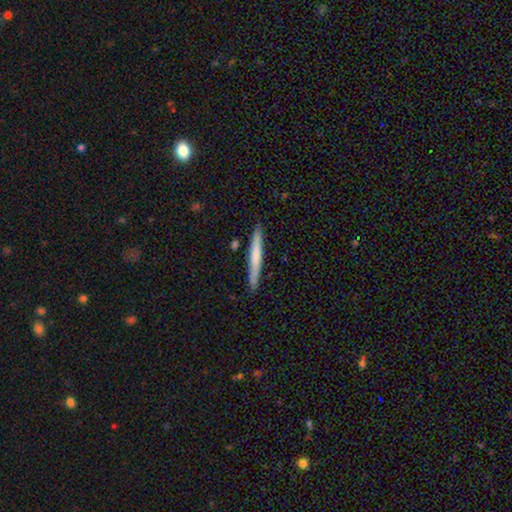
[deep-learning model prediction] A smooth galaxy with no disk features (63%) that is cigar-shaped (97%).

Vote fractions:
- Smooth or featured? smooth: 63% / featured or disk: 32% / star or artifact: 5%
- How rounded? cigar-shaped: 97% / in between: 2% / round: 1%
- Merging? none: 89% / minor disturbance: 8% / merger: 2% / major disturbance: 1%